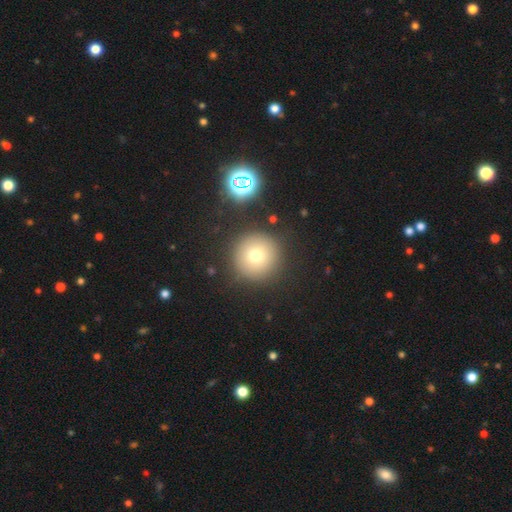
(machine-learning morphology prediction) The model was most divided on "smooth or featured": smooth: 72%, star or artifact: 16%, featured or disk: 12%. More confident: how rounded — round (96%); merging — none (87%).